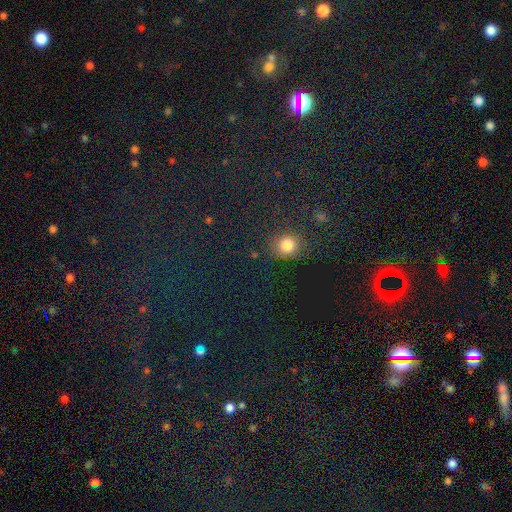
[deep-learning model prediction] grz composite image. It shows a star or artifact, not a galaxy (62%).